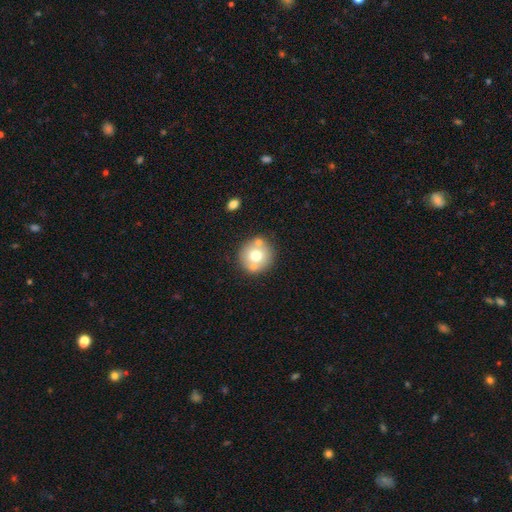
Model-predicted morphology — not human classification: Smooth or featured: smooth — 66% (featured or disk — 24%)
How rounded: round — 92% (in between — 7%)
Merging: none — 73% (merger — 14%)